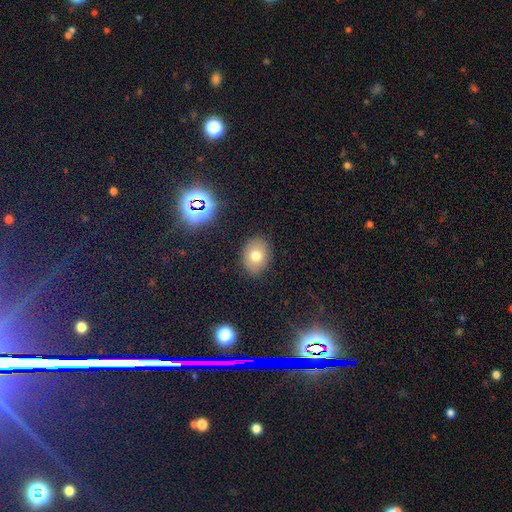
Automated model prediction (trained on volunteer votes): Smooth or featured? Predicted: smooth (p=0.73). How rounded? Predicted: in between (p=0.60). Merging? Predicted: none (p=0.87).